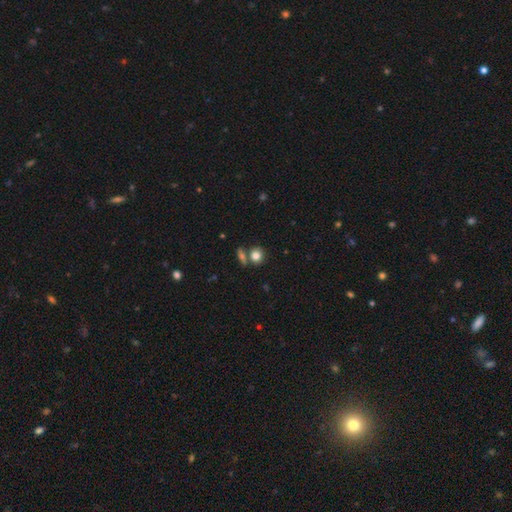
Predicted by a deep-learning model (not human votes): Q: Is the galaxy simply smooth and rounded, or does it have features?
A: smooth — 80%.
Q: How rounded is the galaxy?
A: round — 79%.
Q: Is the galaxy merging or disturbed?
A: none — 62%.